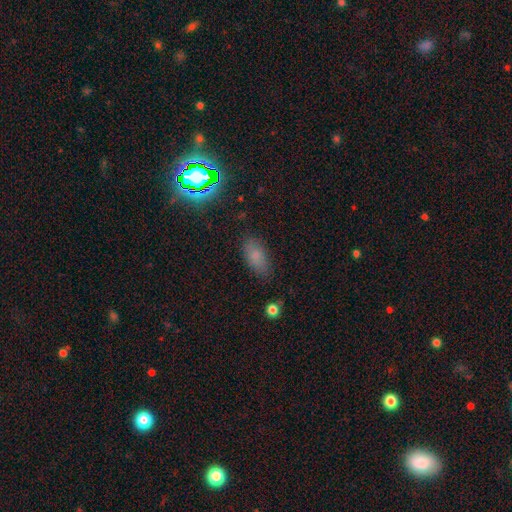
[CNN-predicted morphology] This appears to be a smooth galaxy with no disk features (77%) that is in between round and cigar-shaped (89%). Merging: none (81%).